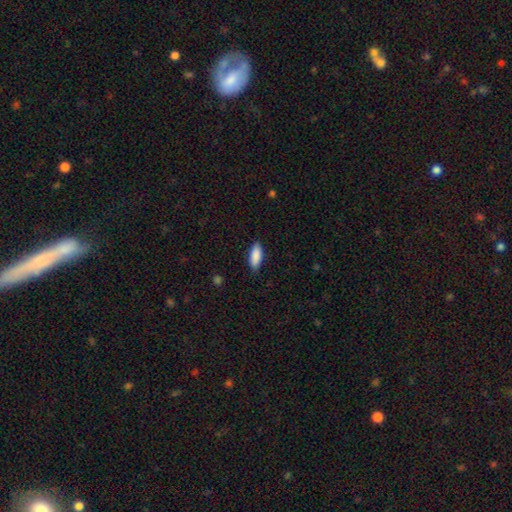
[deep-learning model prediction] Smooth or featured: smooth — 89% (star or artifact — 6%)
How rounded: in between — 77% (cigar-shaped — 22%)
Merging: none — 86% (minor disturbance — 11%)